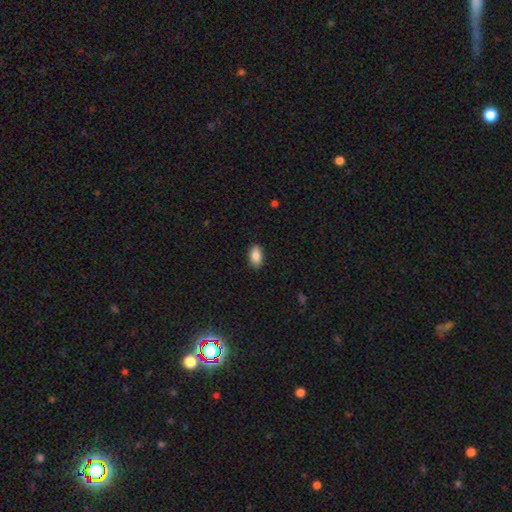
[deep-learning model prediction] smooth_or_featured: smooth (p=0.85) [alt: star or artifact p=0.07]
how_rounded: in between (p=0.91) [alt: round p=0.06]
merging: none (p=0.89) [alt: minor disturbance p=0.09]